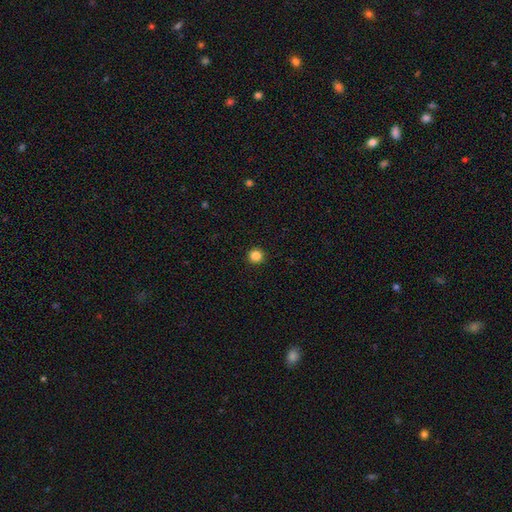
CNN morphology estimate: This appears to be a smooth galaxy with no disk features (85%) that is round (96%). Merging: none (93%).